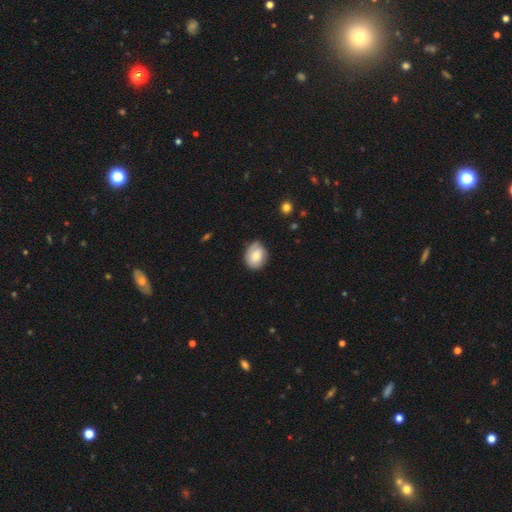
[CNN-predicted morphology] A smooth galaxy with no disk features (68%) that is in between round and cigar-shaped (55%).

Vote fractions:
- Smooth or featured? smooth: 68% / featured or disk: 25% / star or artifact: 7%
- How rounded? in between: 55% / round: 44% / cigar-shaped: 1%
- Merging? none: 72% / minor disturbance: 22% / major disturbance: 5% / merger: 1%